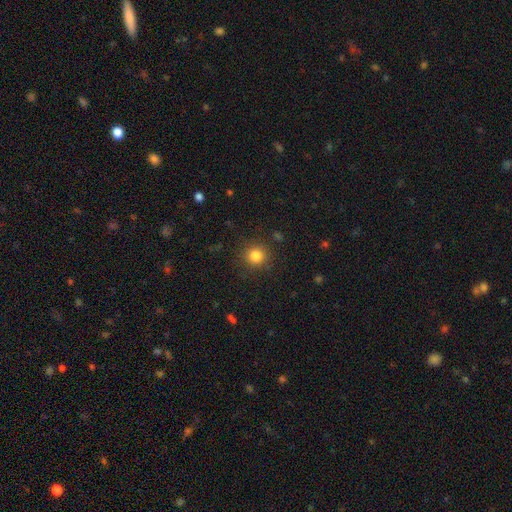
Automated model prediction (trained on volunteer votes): Overall: smooth (83%). How rounded: round (92%). Merging: none (88%).